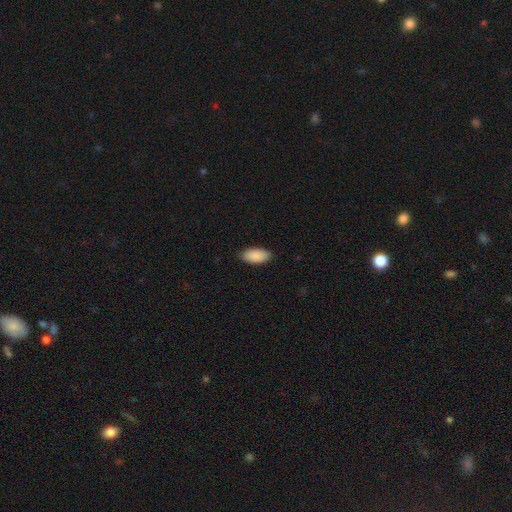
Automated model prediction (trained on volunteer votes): smooth-or-featured: smooth: 91% | star or artifact: 6% | featured or disk: 4%
  how-rounded: in between: 94% | cigar-shaped: 4% | round: 2%
  merging: none: 88% | minor disturbance: 9% | major disturbance: 2% | merger: 1%